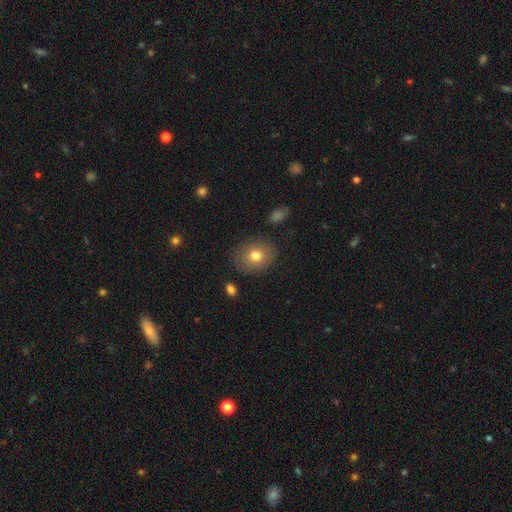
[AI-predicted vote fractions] This is likely a smooth galaxy (76%). How rounded: possibly round (55%). Merging: clearly none (83%).